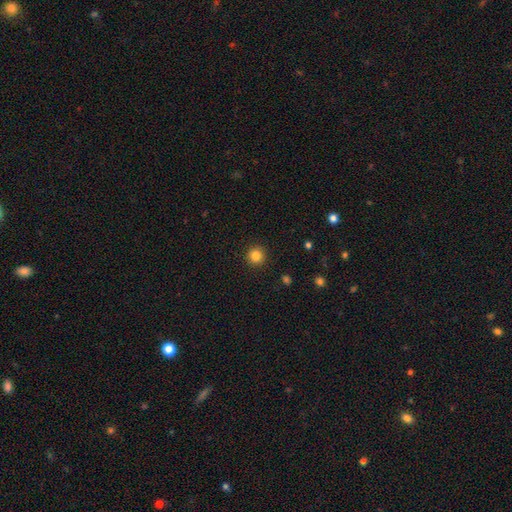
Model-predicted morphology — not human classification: type=smooth (84%); roundness=round (95%); merging=none (92%).